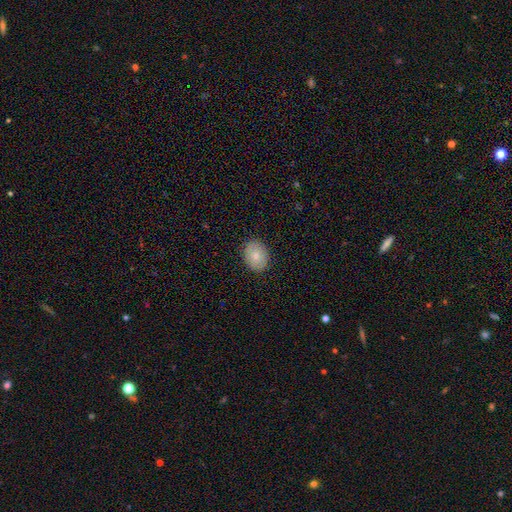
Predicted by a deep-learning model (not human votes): Smooth or featured? Predicted: smooth (p=0.79). How rounded? Predicted: in between (p=0.62). Merging? Predicted: none (p=0.87).